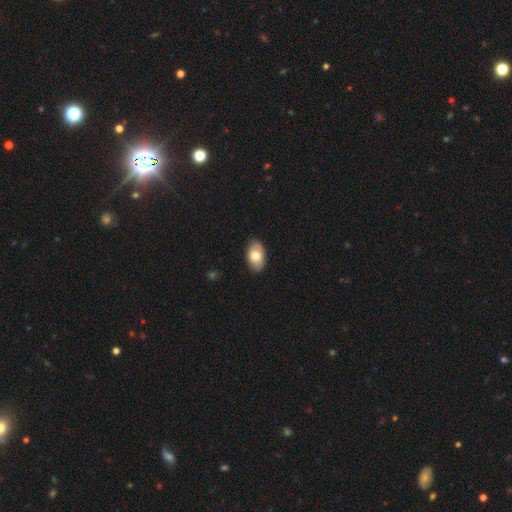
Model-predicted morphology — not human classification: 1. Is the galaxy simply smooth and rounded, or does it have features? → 75% smooth, 19% featured or disk, 6% star or artifact.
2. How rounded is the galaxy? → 92% in between, 6% round, 1% cigar-shaped.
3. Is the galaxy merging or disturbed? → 87% none, 10% minor disturbance, 2% major disturbance, 1% merger.